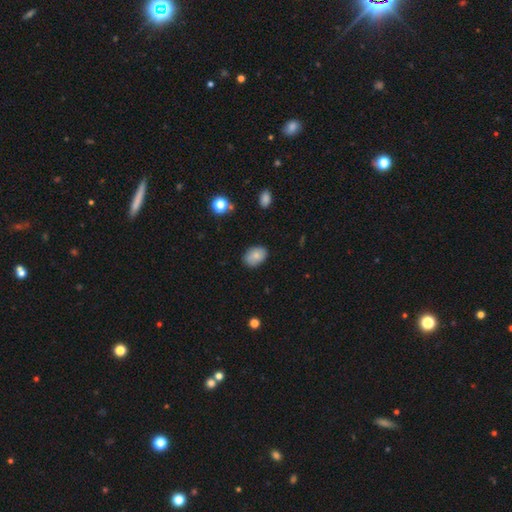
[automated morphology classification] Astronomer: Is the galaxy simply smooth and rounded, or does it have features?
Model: smooth — 81%.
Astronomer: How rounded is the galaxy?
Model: in between — 81%.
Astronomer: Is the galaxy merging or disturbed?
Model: none — 82%.